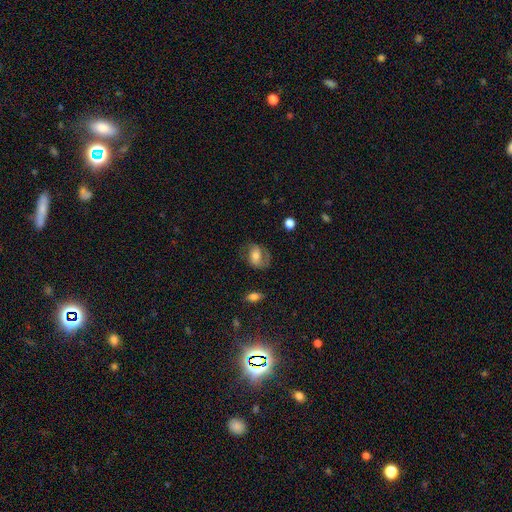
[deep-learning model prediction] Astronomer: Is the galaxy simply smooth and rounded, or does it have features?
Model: smooth — 48% (runner-up: featured or disk, 44%).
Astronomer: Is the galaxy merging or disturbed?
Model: none — 59%.